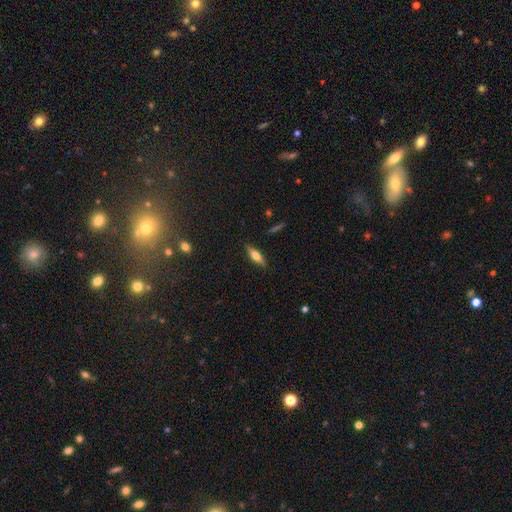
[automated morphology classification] The model was most divided on "smooth or featured": featured or disk: 47%, smooth: 46%, star or artifact: 7%. More confident: merging — none (88%).